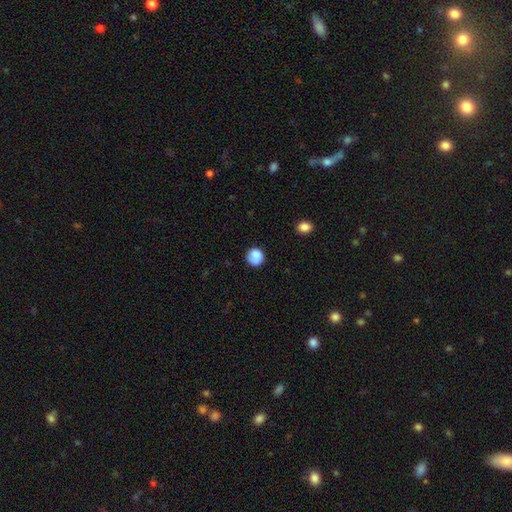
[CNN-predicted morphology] type=smooth (83%); roundness=round (86%); merging=none (70%).